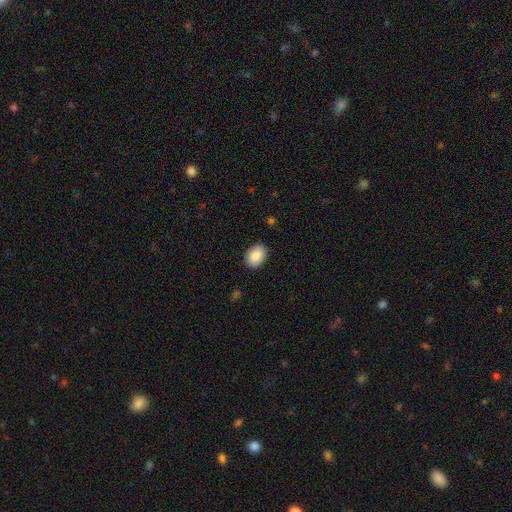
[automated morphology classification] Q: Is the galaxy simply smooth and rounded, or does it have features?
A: smooth — 86%.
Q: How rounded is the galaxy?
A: in between — 75%.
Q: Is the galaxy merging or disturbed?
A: none — 89%.